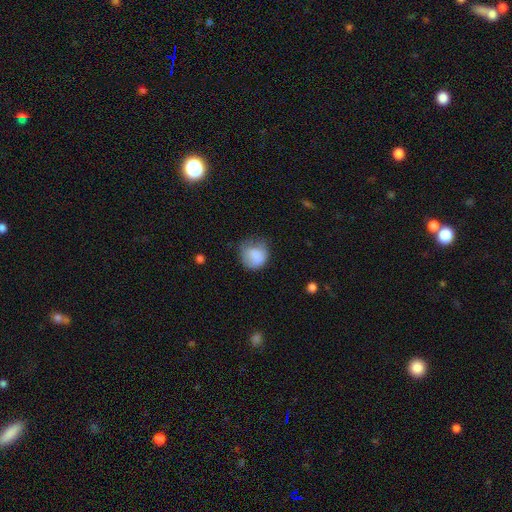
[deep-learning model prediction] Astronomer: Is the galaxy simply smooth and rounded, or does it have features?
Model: smooth — 80%.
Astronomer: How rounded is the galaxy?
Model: round — 76%.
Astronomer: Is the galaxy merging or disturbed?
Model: none — 47% (runner-up: minor disturbance, 34%).